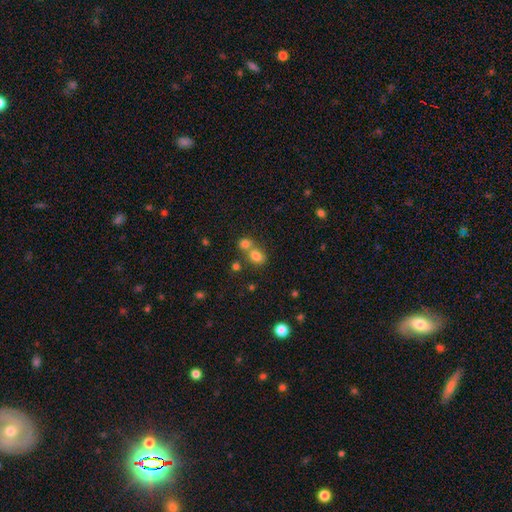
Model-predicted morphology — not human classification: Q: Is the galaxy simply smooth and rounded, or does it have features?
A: smooth — 78%.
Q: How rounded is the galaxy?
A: round — 57%.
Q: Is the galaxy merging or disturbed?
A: merger — 46%.